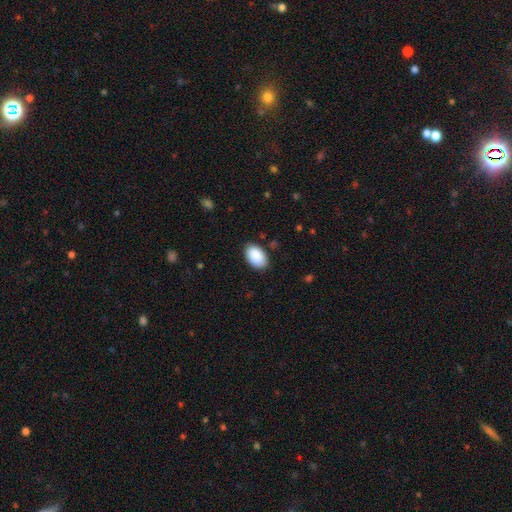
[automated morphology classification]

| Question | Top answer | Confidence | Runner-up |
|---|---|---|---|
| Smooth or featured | smooth | 90% | star or artifact (6%) |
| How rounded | in between | 93% | round (6%) |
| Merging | none | 87% | minor disturbance (10%) |